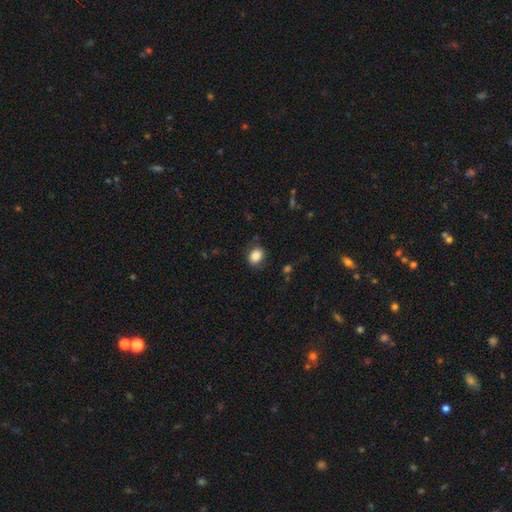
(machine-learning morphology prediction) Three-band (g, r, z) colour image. It shows a smooth galaxy with no disk features (86%) that is in between round and cigar-shaped (56%). Merging: none (80%).